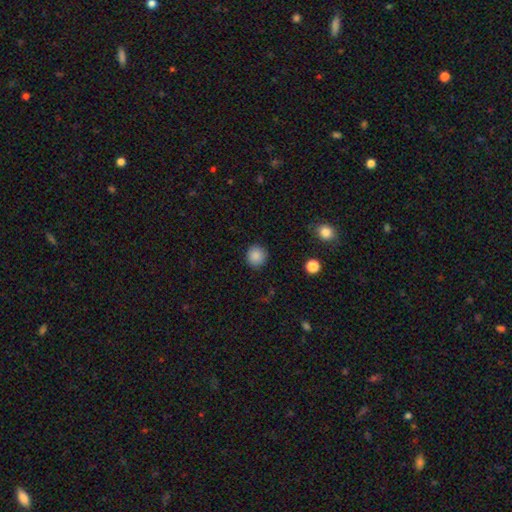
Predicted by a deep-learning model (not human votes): A smooth galaxy with no disk features (87%) that is round (91%). Merging: none (89%).